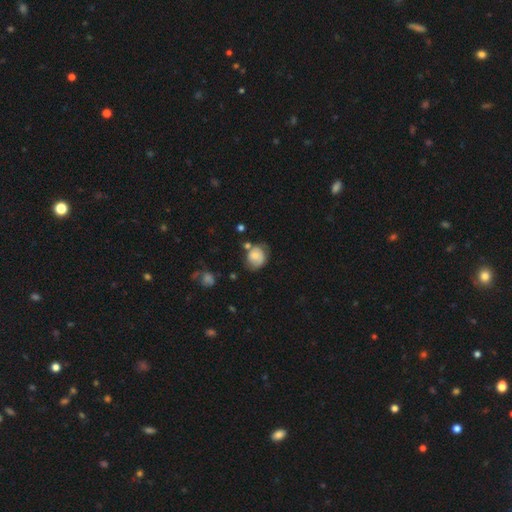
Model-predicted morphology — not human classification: Q: Smooth or featured?
A: smooth (61%); runner-up: featured or disk (31%)
Q: How rounded?
A: round (63%); runner-up: in between (36%)
Q: Merging?
A: none (49%); runner-up: minor disturbance (31%)